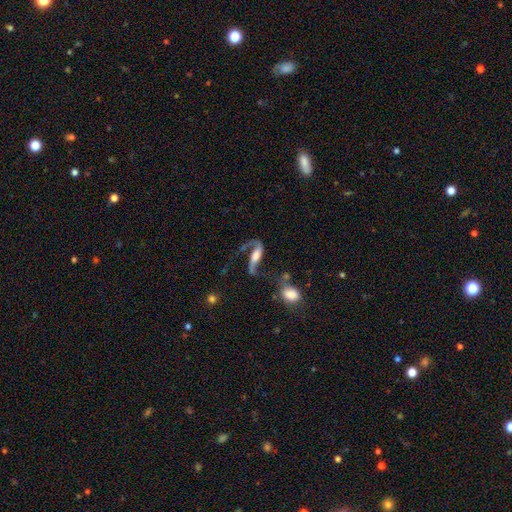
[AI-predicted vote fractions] featured or disk 76%, smooth 17%, star or artifact 7%. Down the decision tree: edge-on disk — no (83%); bar — strong (38%); spiral arms — yes (91%); spiral arm count — 2 (79%); spiral winding — loose (79%); bulge size — moderate (37%); merging — none (42%).